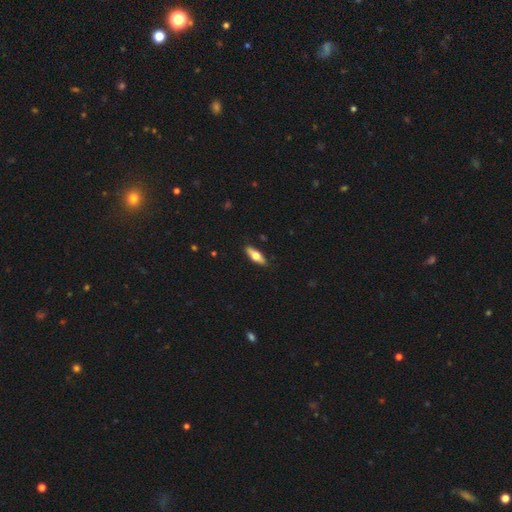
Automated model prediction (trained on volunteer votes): Morphology: type=smooth (55%); roundness=in between (56%); merging=none (89%).